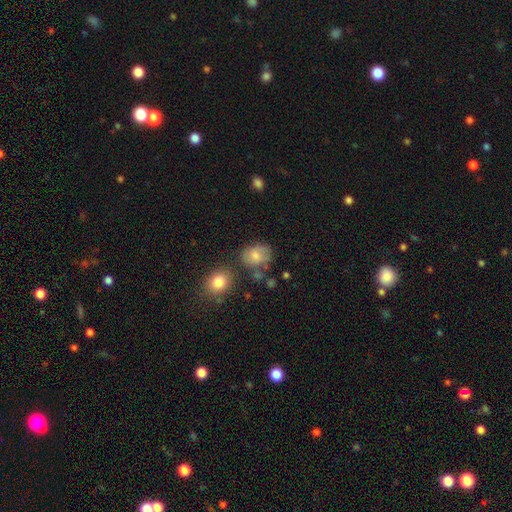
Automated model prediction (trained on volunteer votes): Q: Smooth or featured?
A: smooth (74%); runner-up: featured or disk (16%)
Q: How rounded?
A: in between (52%); runner-up: round (47%)
Q: Merging?
A: none (60%); runner-up: minor disturbance (23%)